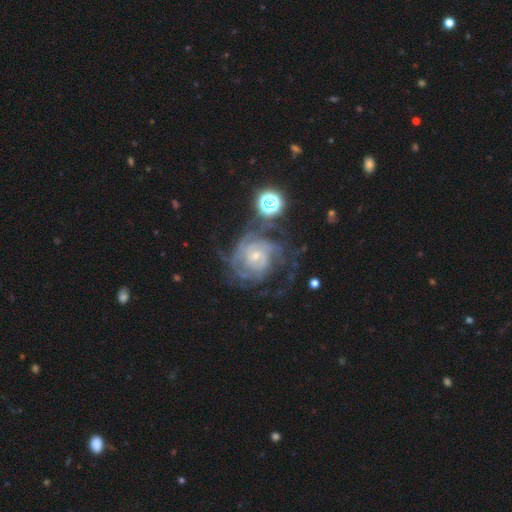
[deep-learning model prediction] featured or disk 84%, star or artifact 8%, smooth 8%. Down the decision tree: edge-on disk — no (98%); bar — no (65%); spiral arms — yes (94%); spiral arm count — can't tell (41%); spiral winding — tight (65%); bulge size — small (67%); merging — none (51%).